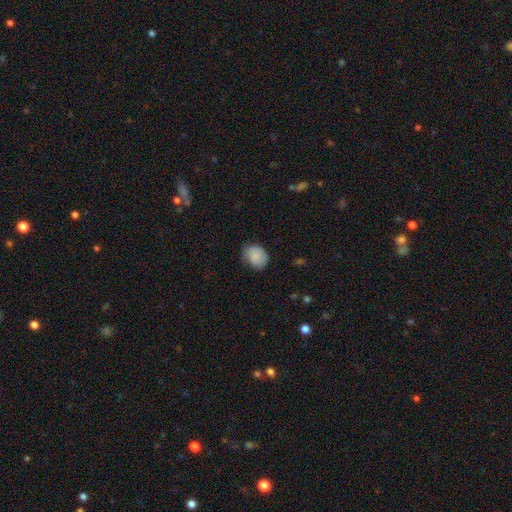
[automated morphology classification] type=smooth (82%); roundness=in between (52%); merging=none (69%).